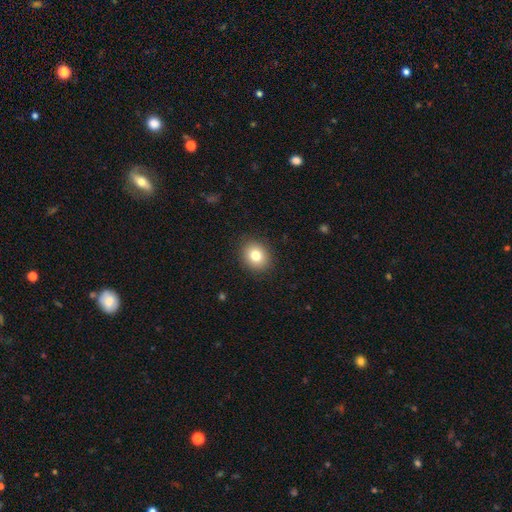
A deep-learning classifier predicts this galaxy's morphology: A smooth galaxy with no disk features (80%) that is round (68%).

Vote fractions:
- Smooth or featured? smooth: 80% / star or artifact: 10% / featured or disk: 10%
- How rounded? round: 68% / in between: 31% / cigar-shaped: 1%
- Merging? none: 89% / minor disturbance: 8% / major disturbance: 2% / merger: 1%